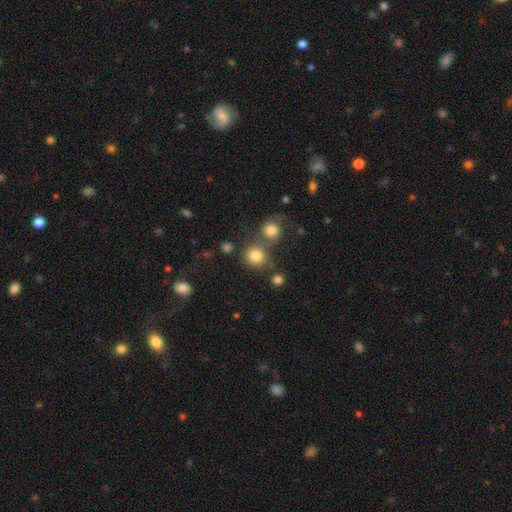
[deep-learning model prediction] Smooth or featured? smooth (82%)
How rounded? round (88%)
Merging? none (57%)